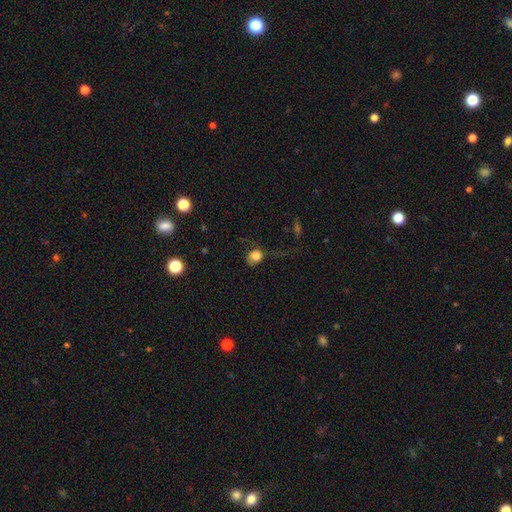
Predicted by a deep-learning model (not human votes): A smooth galaxy with no disk features (77%) that is round (62%). Merging: major disturbance (42%).